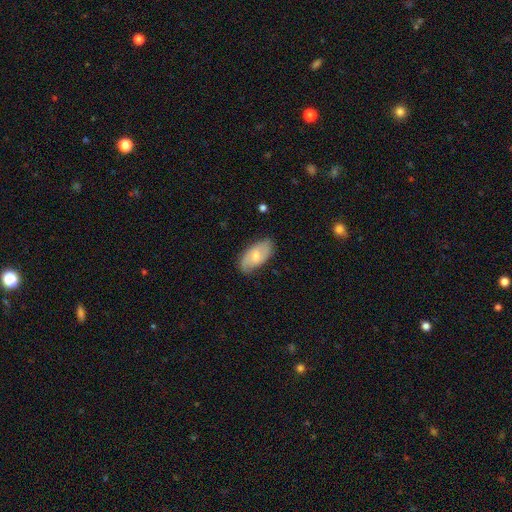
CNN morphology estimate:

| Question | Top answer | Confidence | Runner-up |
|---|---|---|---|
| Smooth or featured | featured or disk | 49% | smooth (45%) |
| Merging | none | 77% | minor disturbance (18%) |